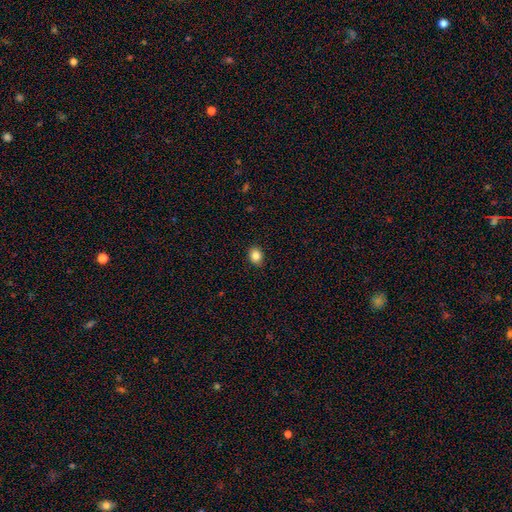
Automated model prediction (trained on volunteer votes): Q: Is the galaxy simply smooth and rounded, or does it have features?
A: smooth — 86%.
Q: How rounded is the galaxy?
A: round — 56%.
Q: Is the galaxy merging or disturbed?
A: none — 91%.